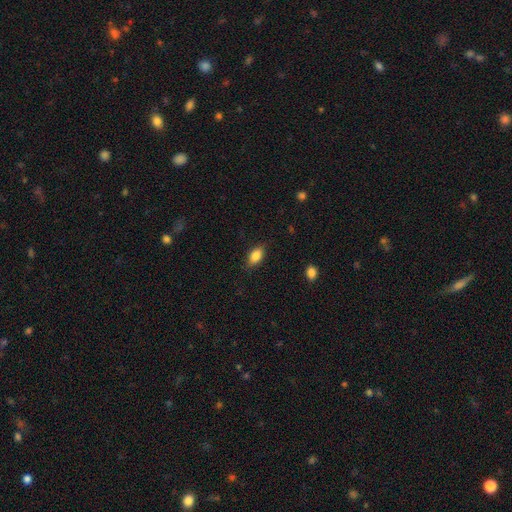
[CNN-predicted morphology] This is clearly a smooth galaxy (85%). How rounded: clearly in between (88%). Merging: clearly none (83%).